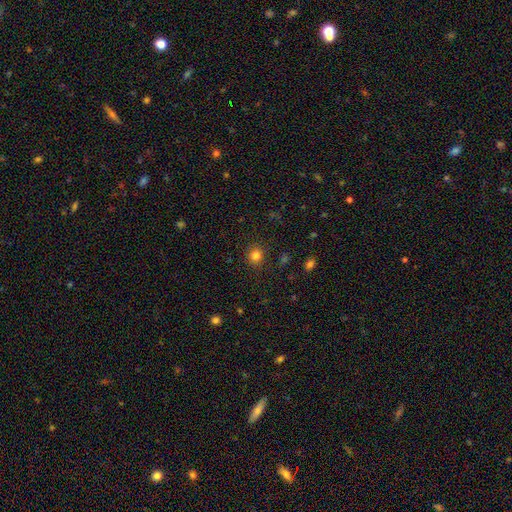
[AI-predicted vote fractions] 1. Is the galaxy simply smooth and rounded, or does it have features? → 81% smooth, 14% star or artifact, 5% featured or disk.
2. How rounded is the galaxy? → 88% round, 12% in between, 1% cigar-shaped.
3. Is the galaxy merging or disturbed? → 87% none, 8% minor disturbance, 3% major disturbance, 1% merger.